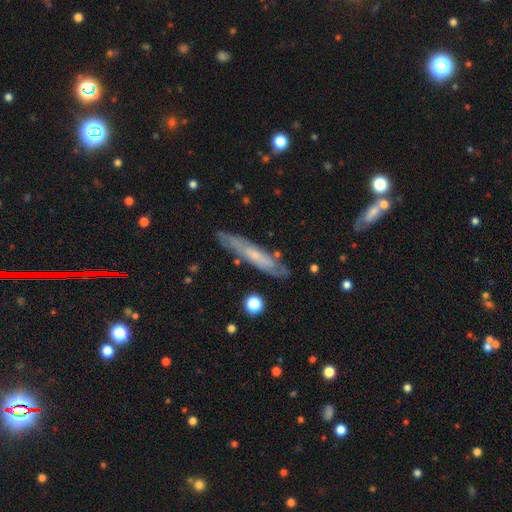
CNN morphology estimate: Smooth or featured? featured or disk (58%)
Edge-on disk? yes (65%)
Merging? none (78%)